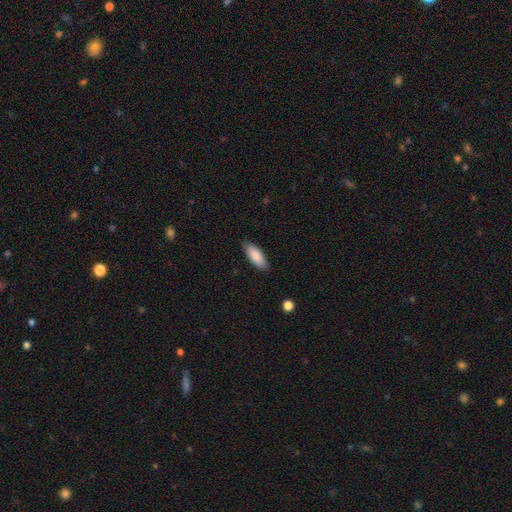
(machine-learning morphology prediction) smooth 86%, featured or disk 8%, star or artifact 6%. Down the decision tree: how rounded — in between (74%); merging — none (84%).